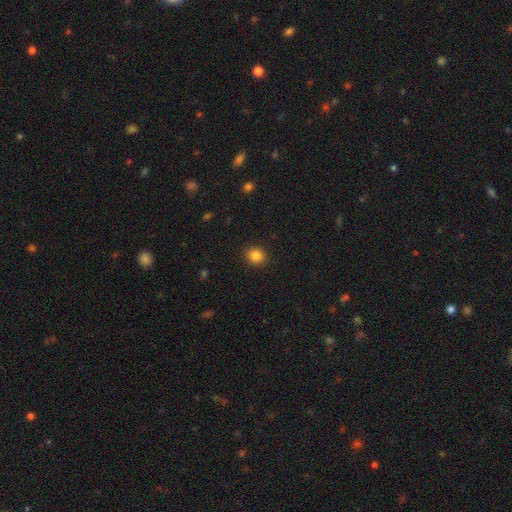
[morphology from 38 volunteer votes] Smooth or featured? 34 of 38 (89%) said smooth. How rounded? 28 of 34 (82%) said round. Merging? 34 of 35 (97%) said none.